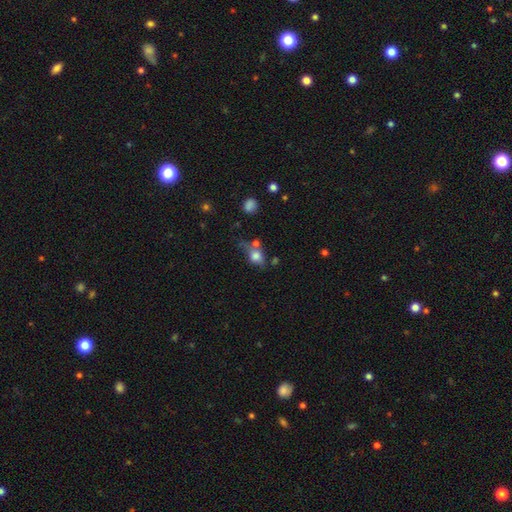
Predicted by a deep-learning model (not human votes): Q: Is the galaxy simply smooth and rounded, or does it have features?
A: smooth — 75%.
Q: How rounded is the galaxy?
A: in between — 50%.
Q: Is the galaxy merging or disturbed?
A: none — 44%.